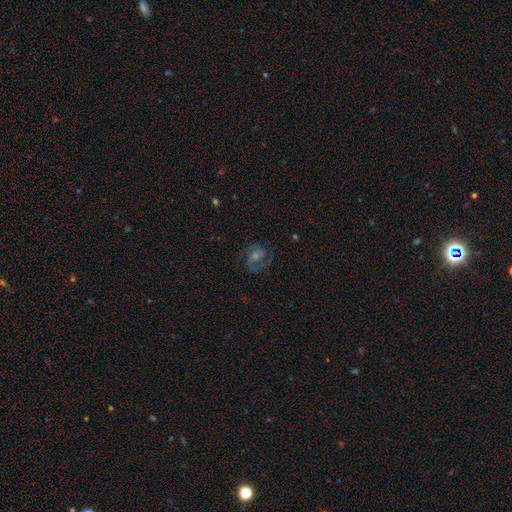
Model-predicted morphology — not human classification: Q: Smooth or featured?
A: featured or disk (76%); runner-up: star or artifact (13%)
Q: Edge-on disk?
A: no (98%); runner-up: yes (2%)
Q: Bar?
A: no (48%); runner-up: weak (41%)
Q: Spiral arms?
A: yes (95%); runner-up: no (5%)
Q: Spiral winding?
A: medium (49%); runner-up: tight (39%)
Q: Spiral arm count?
A: 2 (81%); runner-up: can't tell (8%)
Q: Bulge size?
A: moderate (49%); runner-up: small (39%)
Q: Merging?
A: none (79%); runner-up: minor disturbance (12%)